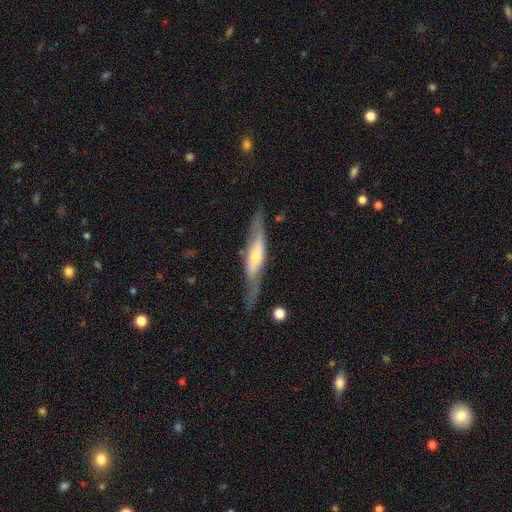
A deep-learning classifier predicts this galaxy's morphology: A featured or disk galaxy (62%) viewed edge-on (69%). Merging: none (66%).